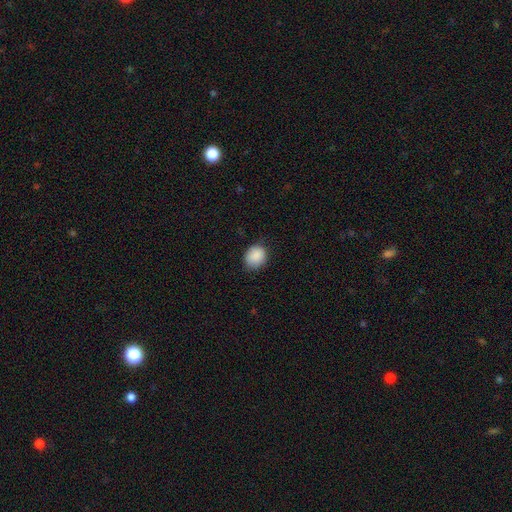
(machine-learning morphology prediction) Overall: smooth (89%). How rounded: round (67%; in between 32%). Merging: none (79%).